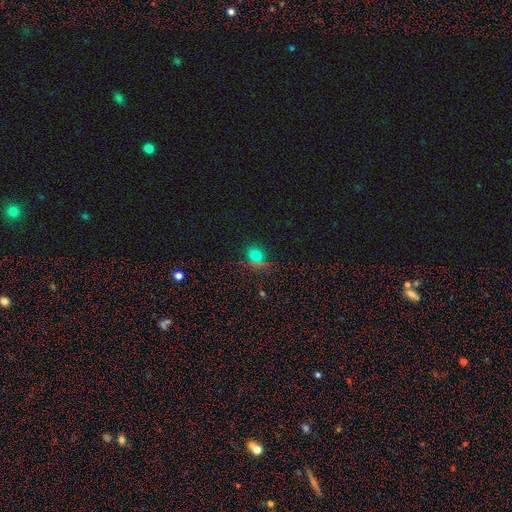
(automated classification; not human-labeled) Smooth or featured? smooth (62%)
How rounded? round (77%)
Merging? none (81%)